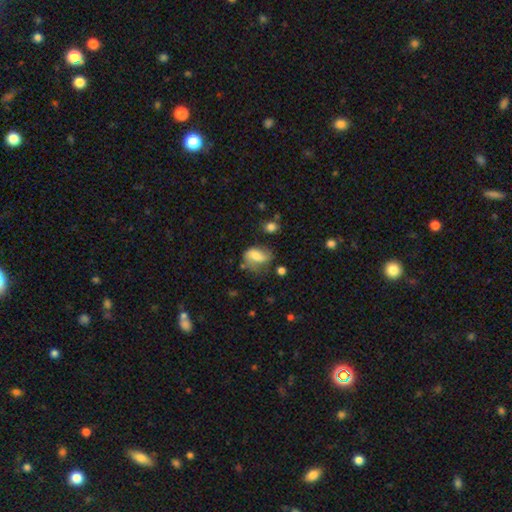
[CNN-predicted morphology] smooth-or-featured: smooth: 51% | featured or disk: 40% | star or artifact: 9%
  how-rounded: in between: 75% | round: 22% | cigar-shaped: 3%
  merging: none: 43% | minor disturbance: 31% | major disturbance: 21% | merger: 5%